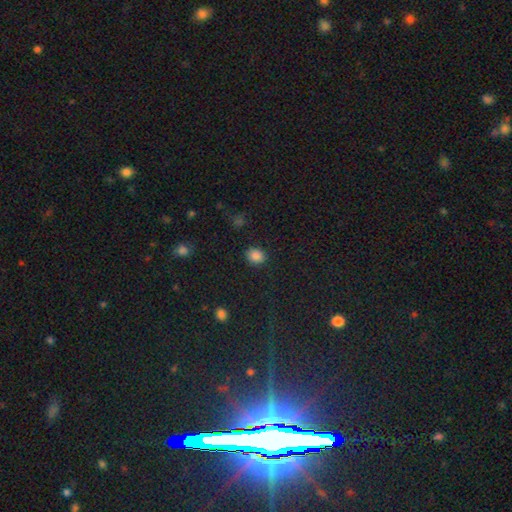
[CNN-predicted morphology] Q: Smooth or featured?
A: smooth (85%); runner-up: star or artifact (11%)
Q: How rounded?
A: round (59%); runner-up: in between (40%)
Q: Merging?
A: none (88%); runner-up: minor disturbance (8%)